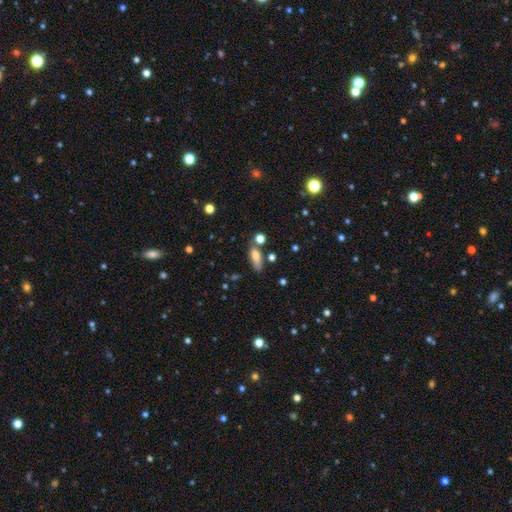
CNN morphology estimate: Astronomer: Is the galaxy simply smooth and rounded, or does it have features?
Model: smooth — 74%.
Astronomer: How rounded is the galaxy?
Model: in between — 63%.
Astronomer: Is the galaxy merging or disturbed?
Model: none — 64%.